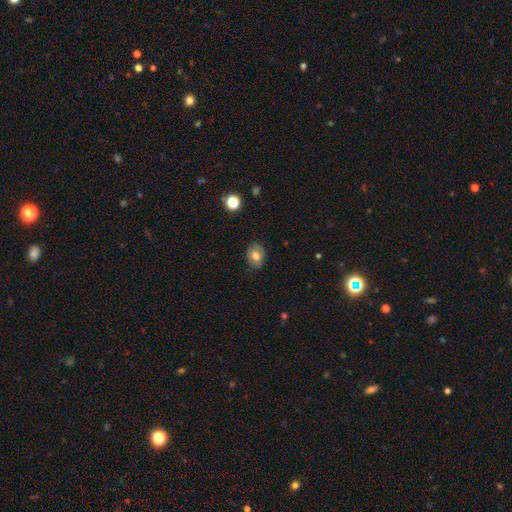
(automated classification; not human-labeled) This appears to be a smooth galaxy with no disk features (71%) that is in between round and cigar-shaped (63%). Merging: none (84%).